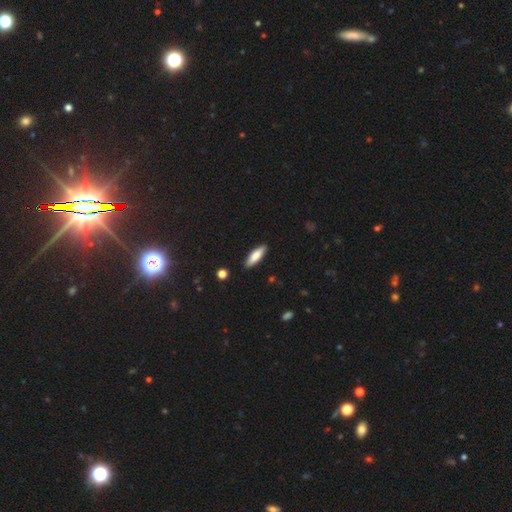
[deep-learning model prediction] smooth 77%, featured or disk 17%, star or artifact 6%. Down the decision tree: how rounded — cigar-shaped (57%); merging — none (88%).